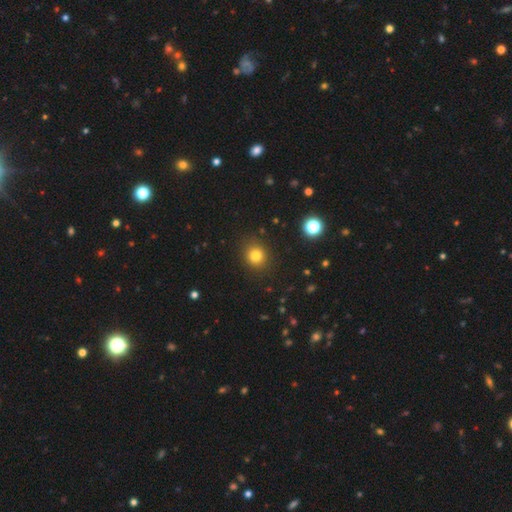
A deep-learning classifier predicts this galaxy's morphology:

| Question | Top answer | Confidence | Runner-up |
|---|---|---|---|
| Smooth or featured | smooth | 80% | star or artifact (14%) |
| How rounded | round | 83% | in between (17%) |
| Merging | none | 87% | minor disturbance (8%) |